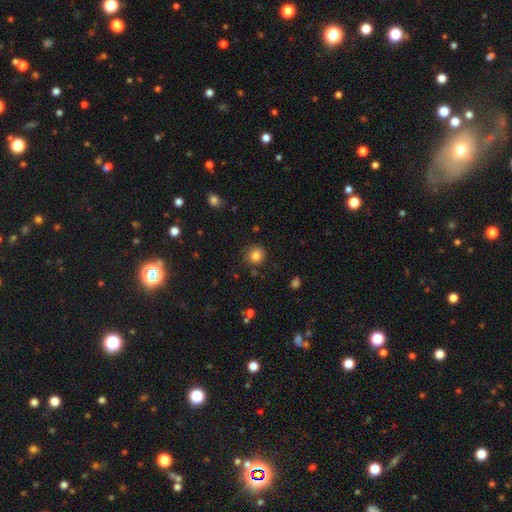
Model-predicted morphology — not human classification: Q: Smooth or featured?
A: smooth (82%); runner-up: star or artifact (11%)
Q: How rounded?
A: round (88%); runner-up: in between (11%)
Q: Merging?
A: none (84%); runner-up: minor disturbance (11%)